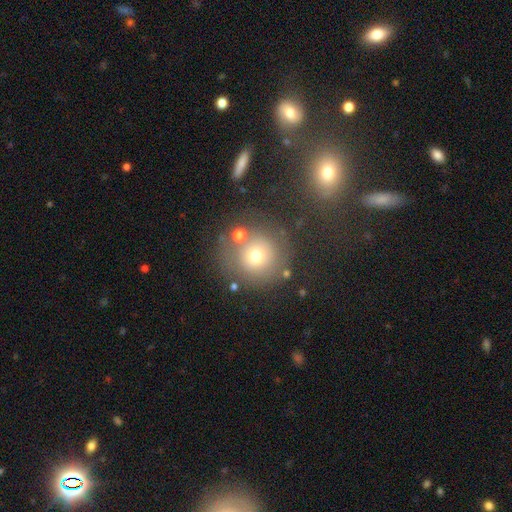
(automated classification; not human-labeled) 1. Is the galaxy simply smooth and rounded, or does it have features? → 68% smooth, 16% star or artifact, 16% featured or disk.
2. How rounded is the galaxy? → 93% round, 6% in between, 1% cigar-shaped.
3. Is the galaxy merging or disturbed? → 71% none, 12% minor disturbance, 9% merger, 8% major disturbance.